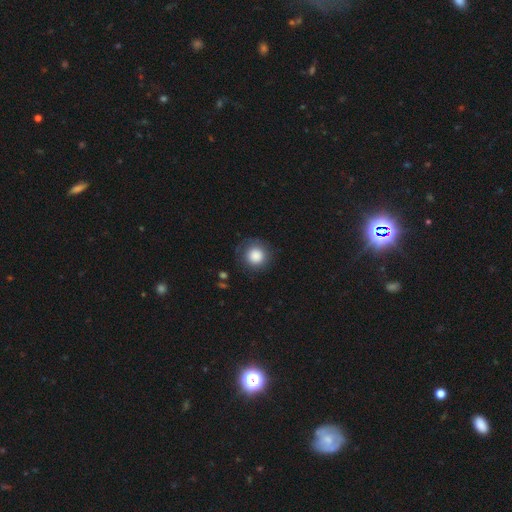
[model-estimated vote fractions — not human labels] Q: Smooth or featured?
A: smooth (84%); runner-up: star or artifact (8%)
Q: How rounded?
A: round (94%); runner-up: in between (5%)
Q: Merging?
A: none (76%); runner-up: minor disturbance (15%)